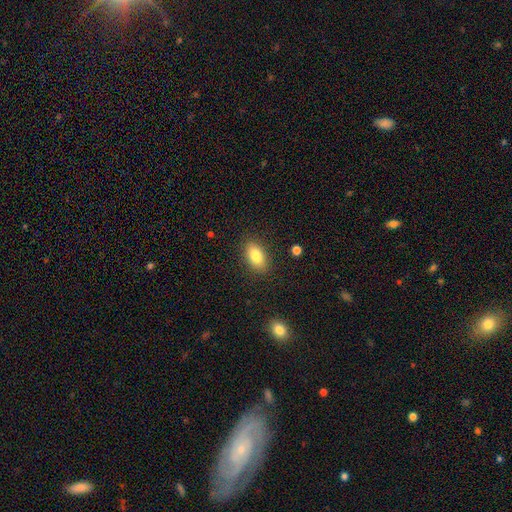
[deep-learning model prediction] Morphology: type=smooth (82%); roundness=in between (89%); merging=none (87%).